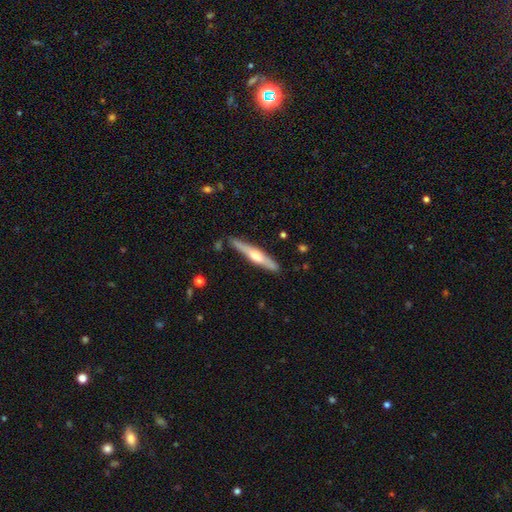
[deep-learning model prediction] A featured or disk galaxy (61%) viewed edge-on (96%) with a rounded central bulge (87%). Merging: none (86%).